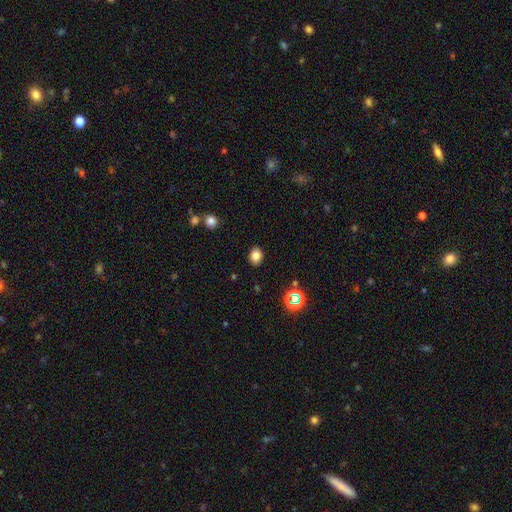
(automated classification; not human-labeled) The model was most divided on "how rounded": in between: 56%, round: 44%, cigar-shaped: 1%. More confident: merging — none (89%); smooth or featured — smooth (80%).